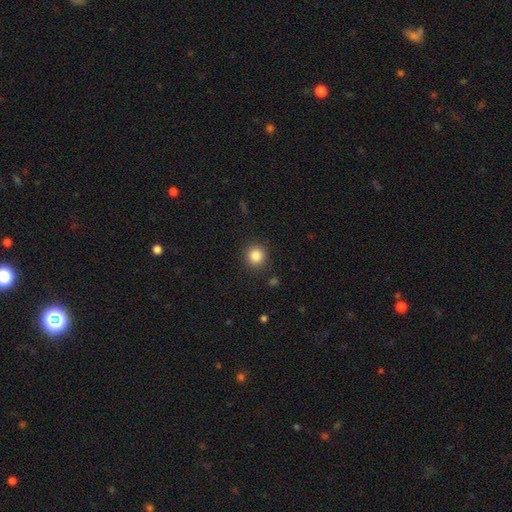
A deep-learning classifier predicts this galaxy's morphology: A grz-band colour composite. It shows a smooth galaxy with no disk features (85%) that is round (92%). Merging: none (90%).